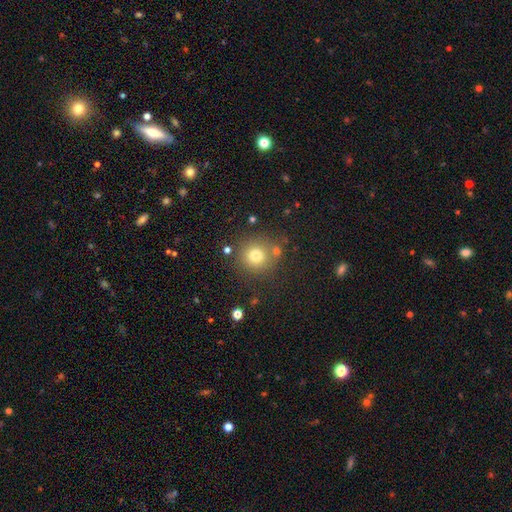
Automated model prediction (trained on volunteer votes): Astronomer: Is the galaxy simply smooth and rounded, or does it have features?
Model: smooth — 76%.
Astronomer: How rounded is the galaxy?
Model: round — 94%.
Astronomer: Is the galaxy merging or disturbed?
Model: none — 78%.